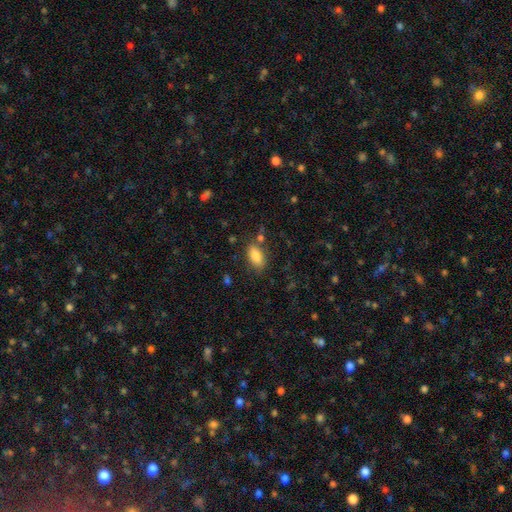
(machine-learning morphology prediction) smooth_or_featured: smooth (p=0.85) [alt: star or artifact p=0.08]
how_rounded: in between (p=0.90) [alt: cigar-shaped p=0.06]
merging: none (p=0.76) [alt: minor disturbance p=0.15]